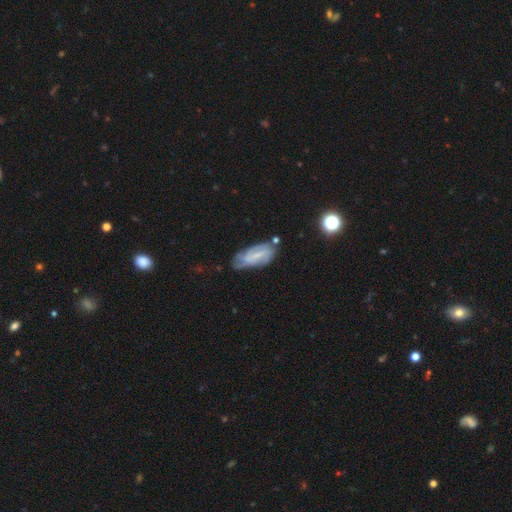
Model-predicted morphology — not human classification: Smooth or featured? Predicted: featured or disk (p=0.61). Edge-on disk? Predicted: no (p=0.92). Bar? Predicted: weak (p=0.48). Spiral arms? Predicted: yes (p=0.78). Bulge size? Predicted: small (p=0.50). Merging? Predicted: none (p=0.48).